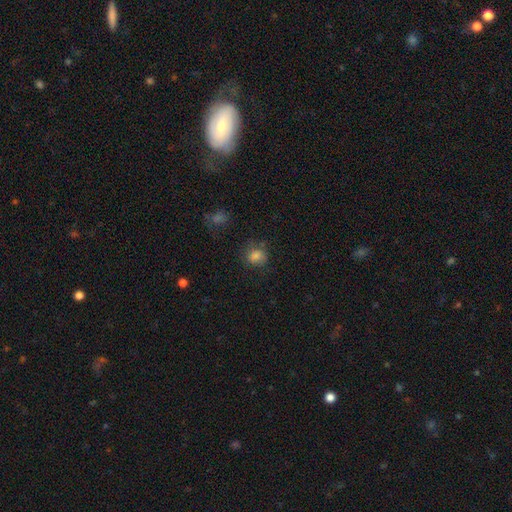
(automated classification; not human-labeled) smooth_or_featured: smooth (p=0.79) [alt: star or artifact p=0.13]
how_rounded: round (p=0.76) [alt: in between p=0.23]
merging: none (p=0.70) [alt: minor disturbance p=0.19]